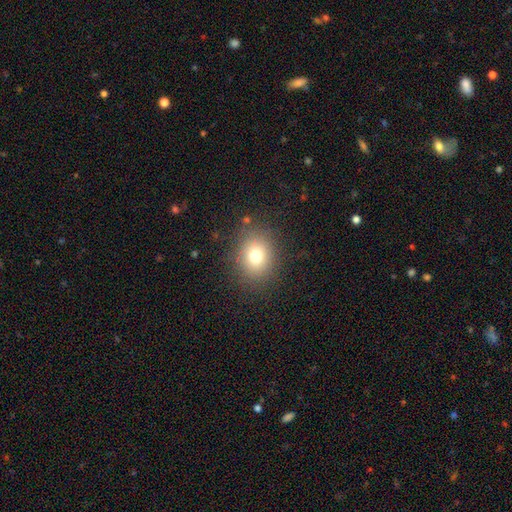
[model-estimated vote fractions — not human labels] smooth_or_featured: smooth (p=0.74) [alt: star or artifact p=0.14]
how_rounded: round (p=0.62) [alt: in between p=0.37]
merging: none (p=0.84) [alt: minor disturbance p=0.10]